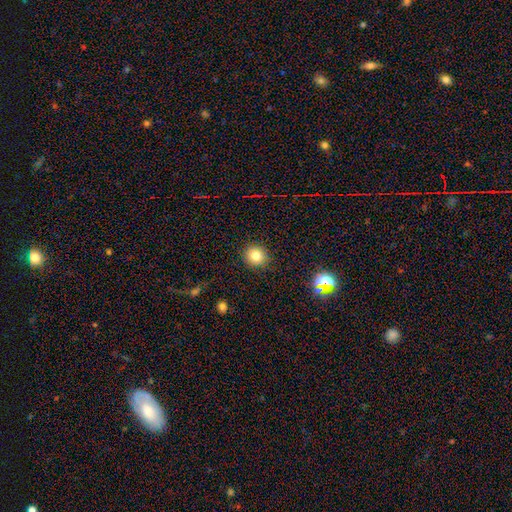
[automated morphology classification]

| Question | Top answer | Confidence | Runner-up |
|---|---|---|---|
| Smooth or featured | smooth | 80% | star or artifact (13%) |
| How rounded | round | 85% | in between (15%) |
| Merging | none | 90% | minor disturbance (7%) |